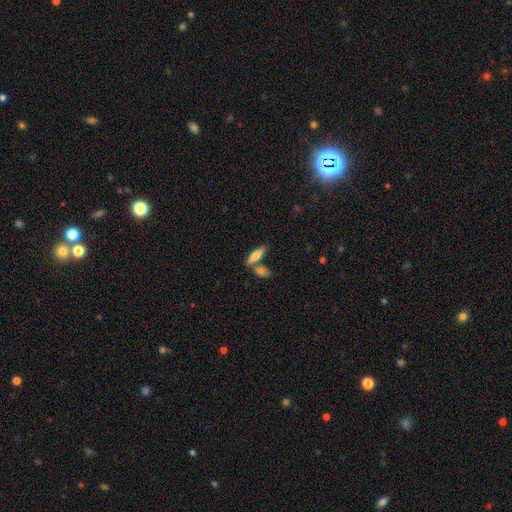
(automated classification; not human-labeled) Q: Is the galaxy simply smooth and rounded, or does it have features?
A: smooth — 67%.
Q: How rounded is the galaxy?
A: in between — 50%.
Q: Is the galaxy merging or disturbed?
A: none — 59%.